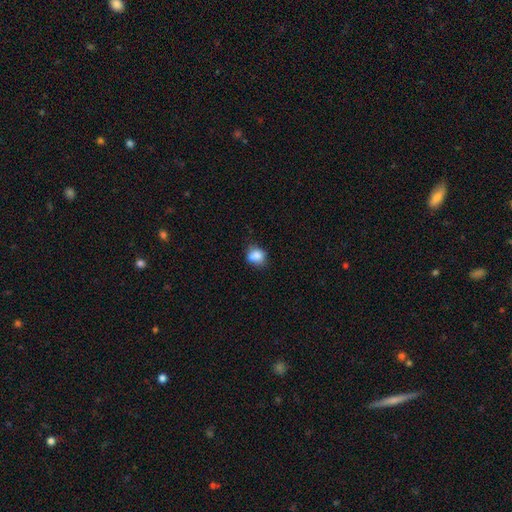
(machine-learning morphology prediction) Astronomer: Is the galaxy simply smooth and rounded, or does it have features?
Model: smooth — 82%.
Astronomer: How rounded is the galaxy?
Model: round — 59% (runner-up: in between, 39%).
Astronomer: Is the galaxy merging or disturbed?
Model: none — 56%.